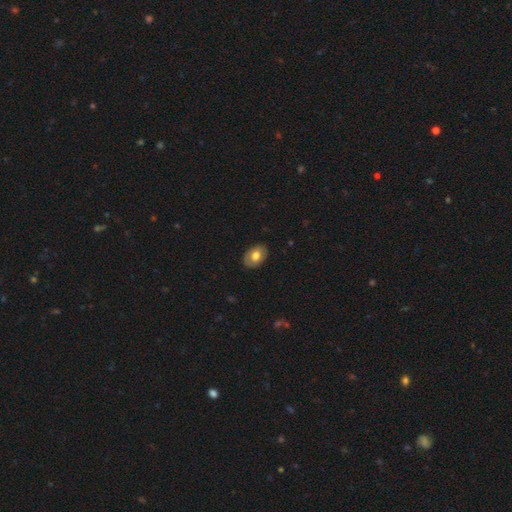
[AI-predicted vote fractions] Smooth or featured? smooth (70%)
How rounded? in between (82%)
Merging? none (86%)